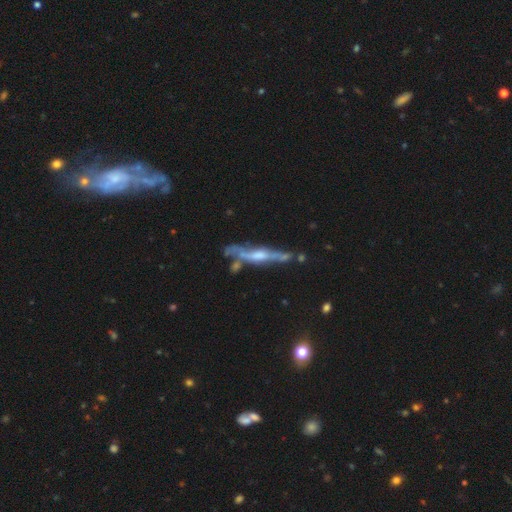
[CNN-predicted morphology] smooth_or_featured: featured or disk (p=0.79) [alt: smooth p=0.14]
disk_edge_on: yes (p=0.86) [alt: no p=0.14]
edge_on_bulge: rounded (p=0.69) [alt: boxy p=0.16]
merging: none (p=0.55) [alt: minor disturbance p=0.22]